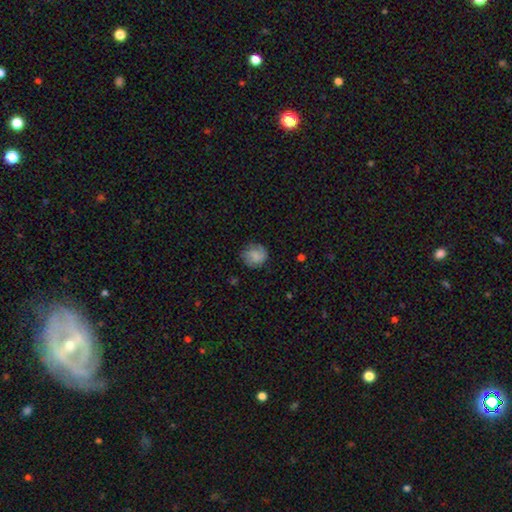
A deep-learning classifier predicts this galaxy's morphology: Smooth or featured? Predicted: smooth (p=0.56). How rounded? Predicted: round (p=0.83). Merging? Predicted: none (p=0.75).